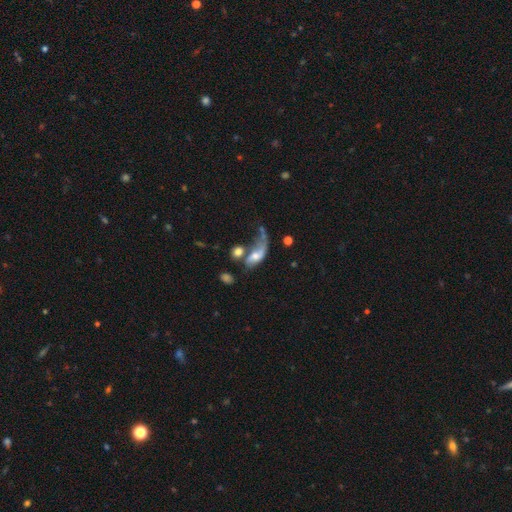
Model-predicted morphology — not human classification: type=smooth (45%, tied with featured or disk); merging=major disturbance (35%).